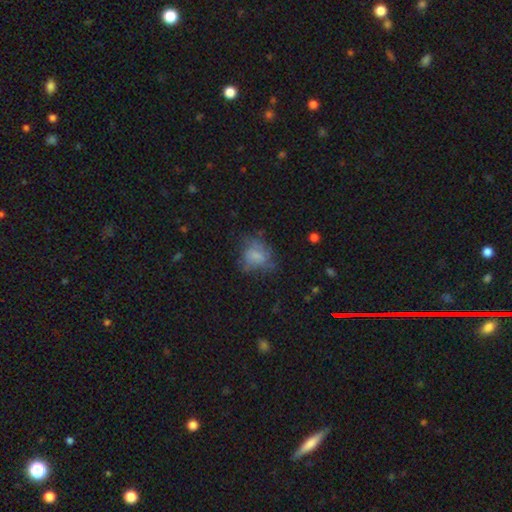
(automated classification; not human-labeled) Smooth or featured: smooth — 59% (featured or disk — 28%)
How rounded: round — 52% (in between — 47%)
Merging: none — 47% (minor disturbance — 27%)